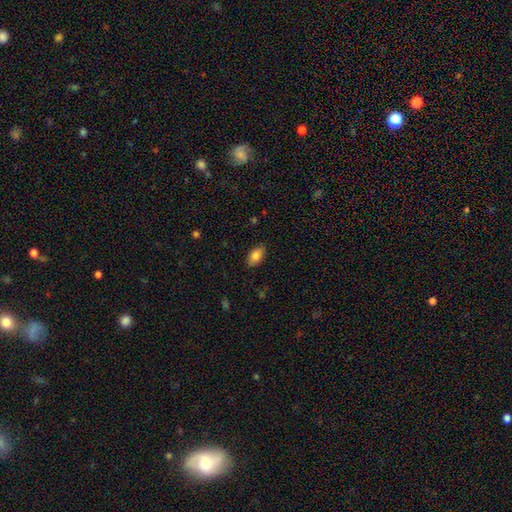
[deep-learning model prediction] smooth_or_featured: smooth (p=0.82) [alt: featured or disk p=0.10]
how_rounded: in between (p=0.92) [alt: round p=0.05]
merging: none (p=0.87) [alt: minor disturbance p=0.10]